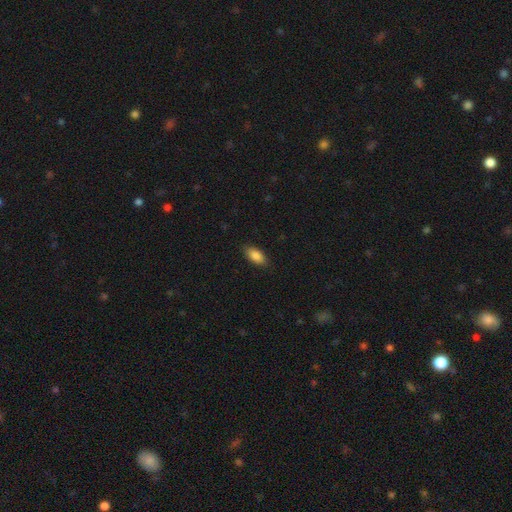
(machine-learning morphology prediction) The model was most divided on "merging": none: 86%, minor disturbance: 10%, major disturbance: 2%, merger: 1%. More confident: how rounded — in between (89%); smooth or featured — smooth (86%).